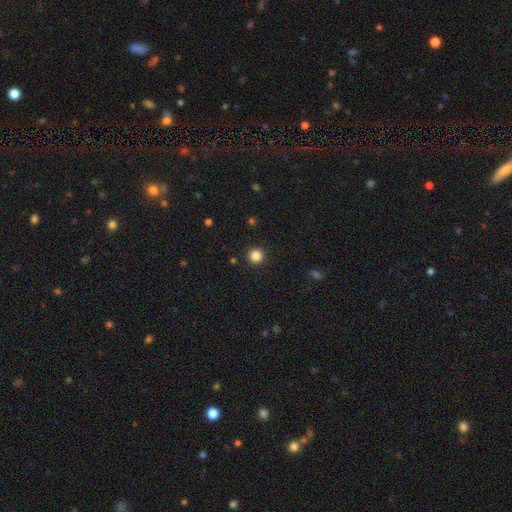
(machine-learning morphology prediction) type=smooth (85%); roundness=round (96%); merging=none (93%).